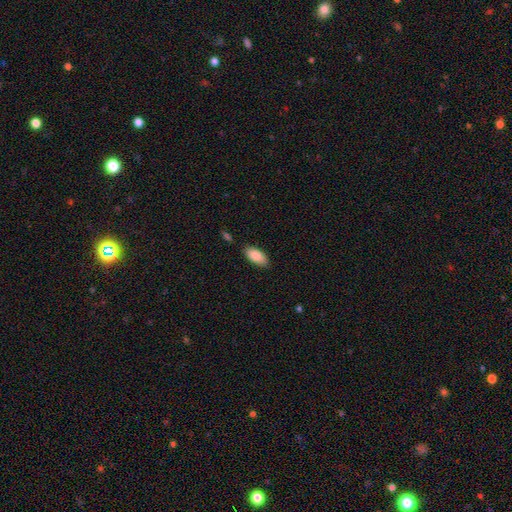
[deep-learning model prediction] smooth_or_featured: smooth (p=0.89) [alt: star or artifact p=0.06]
how_rounded: in between (p=0.92) [alt: cigar-shaped p=0.06]
merging: none (p=0.83) [alt: minor disturbance p=0.12]